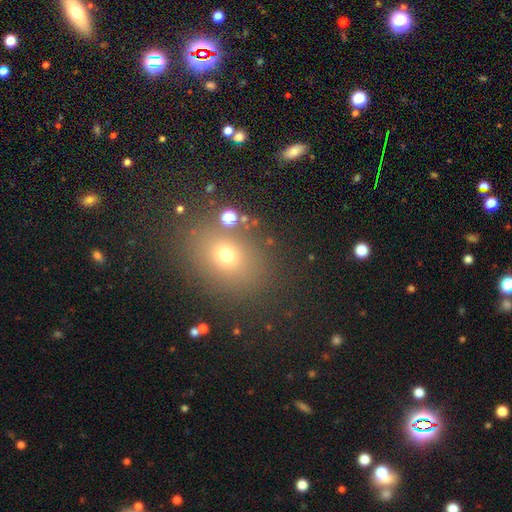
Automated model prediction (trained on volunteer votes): Smooth or featured?
  - smooth: 64% *
  - star or artifact: 25%
  - featured or disk: 11%
How rounded?
  - in between: 51% *
  - round: 48%
  - cigar-shaped: 1%
Merging?
  - none: 82% *
  - minor disturbance: 9%
  - merger: 5%
  - major disturbance: 4%